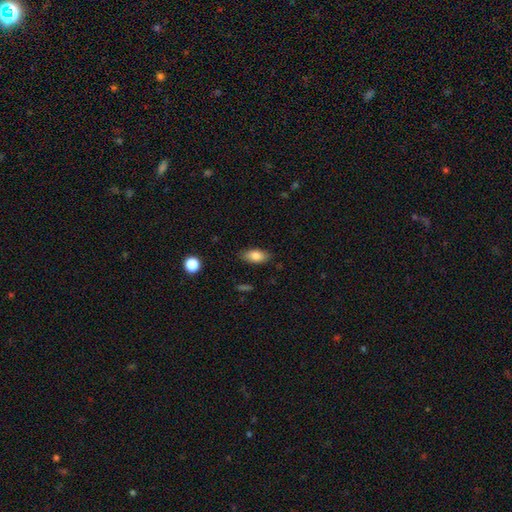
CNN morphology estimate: Smooth or featured?
  - smooth: 82% *
  - featured or disk: 11%
  - star or artifact: 8%
How rounded?
  - in between: 89% *
  - cigar-shaped: 7%
  - round: 4%
Merging?
  - none: 83% *
  - minor disturbance: 13%
  - major disturbance: 3%
  - merger: 1%